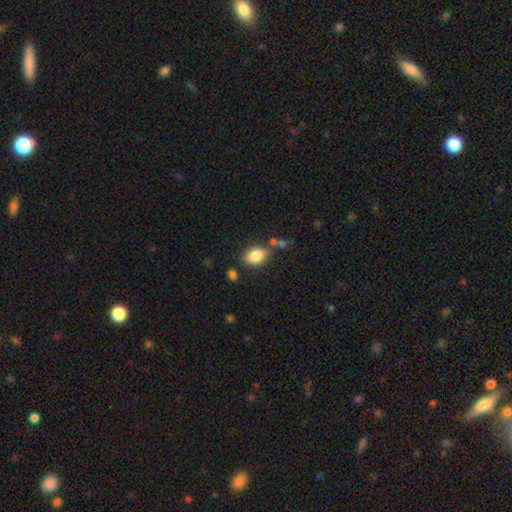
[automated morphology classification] Smooth or featured? Predicted: smooth (p=0.85). How rounded? Predicted: in between (p=0.79). Merging? Predicted: none (p=0.73).